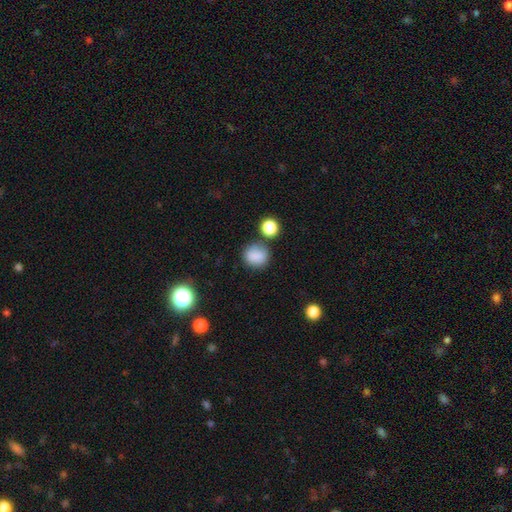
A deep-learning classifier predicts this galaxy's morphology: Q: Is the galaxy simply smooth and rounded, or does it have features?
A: smooth — 82%.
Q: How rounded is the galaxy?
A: round — 74%.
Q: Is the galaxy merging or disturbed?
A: none — 71%.